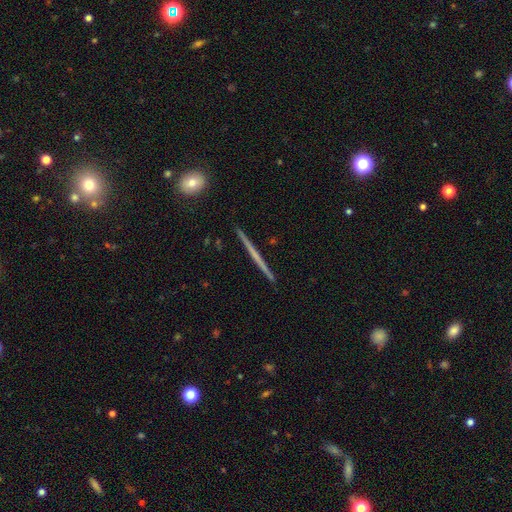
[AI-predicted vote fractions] Q: Smooth or featured?
A: featured or disk (67%); runner-up: smooth (26%)
Q: Edge-on disk?
A: yes (98%); runner-up: no (2%)
Q: Edge-on bulge?
A: none (83%); runner-up: rounded (12%)
Q: Merging?
A: none (92%); runner-up: minor disturbance (5%)